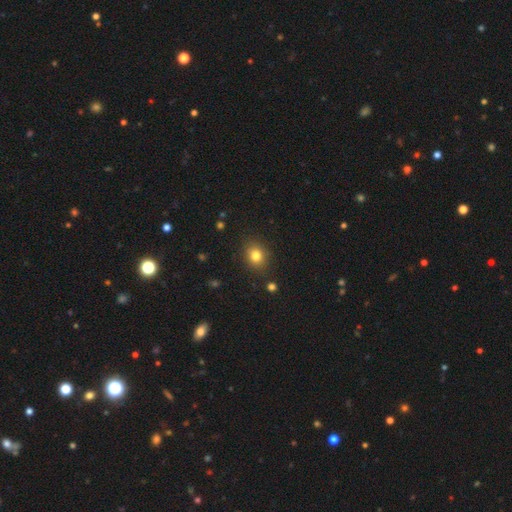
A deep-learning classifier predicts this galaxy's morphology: This is clearly a smooth galaxy (80%). How rounded: likely round (69%). Merging: clearly none (88%).